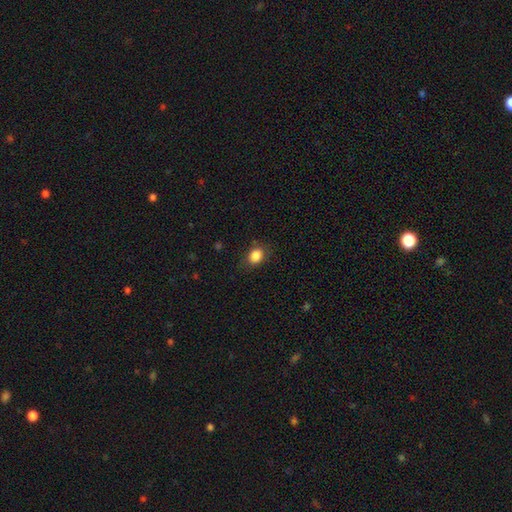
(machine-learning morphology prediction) Smooth or featured? Predicted: smooth (p=0.86). How rounded? Predicted: in between (p=0.62). Merging? Predicted: none (p=0.80).